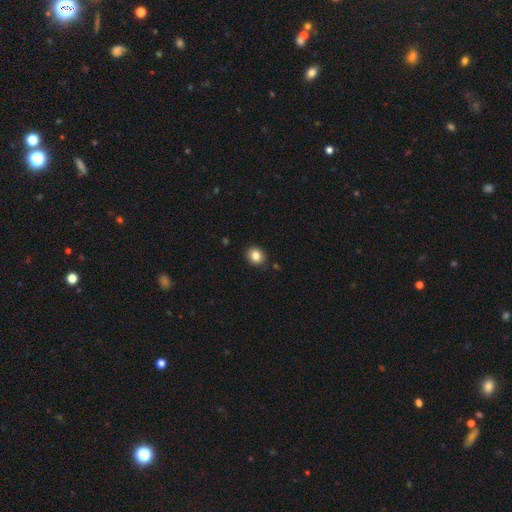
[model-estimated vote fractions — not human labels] Smooth or featured? Predicted: smooth (p=0.84). How rounded? Predicted: round (p=0.64). Merging? Predicted: none (p=0.87).